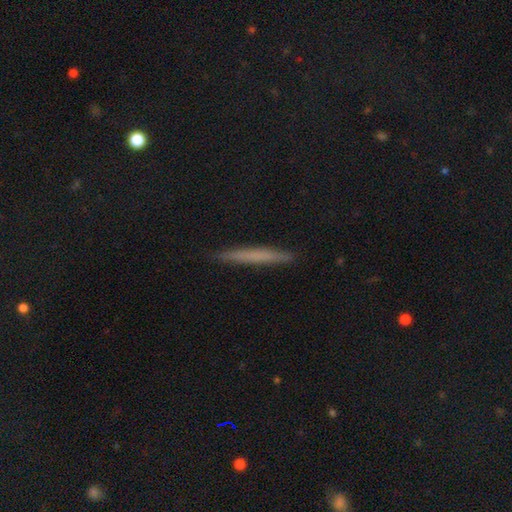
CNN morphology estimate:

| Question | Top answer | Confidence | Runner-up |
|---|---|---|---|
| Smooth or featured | smooth | 61% | featured or disk (33%) |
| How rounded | cigar-shaped | 97% | in between (2%) |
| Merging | none | 91% | minor disturbance (7%) |